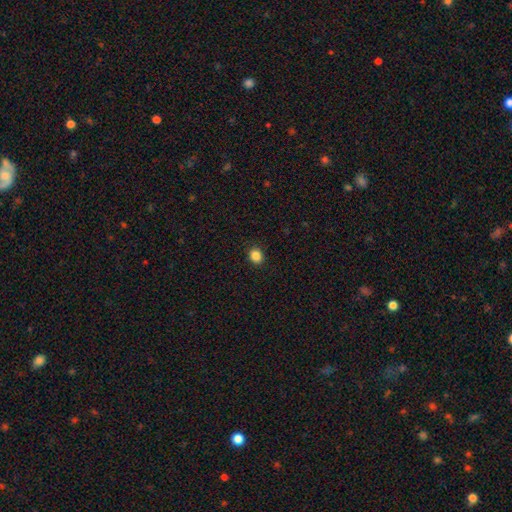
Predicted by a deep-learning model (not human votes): A smooth galaxy with no disk features (86%) that is round (72%).

Vote fractions:
- Smooth or featured? smooth: 86% / star or artifact: 11% / featured or disk: 3%
- How rounded? round: 72% / in between: 27% / cigar-shaped: 1%
- Merging? none: 91% / minor disturbance: 6% / major disturbance: 2% / merger: 1%